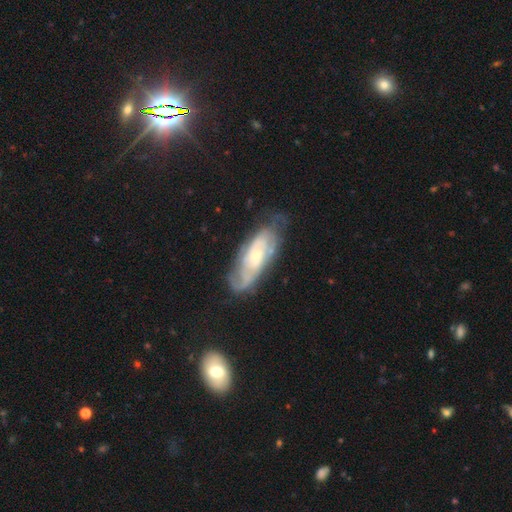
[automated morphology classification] A featured or disk galaxy (77%) with no bar (70%), tight (59%) spiral arms (88%) and a small central bulge (58%).

Vote fractions:
- Smooth or featured? featured or disk: 77% / smooth: 17% / star or artifact: 6%
- Edge-on disk? no: 89% / yes: 11%
- Bar? no: 70% / weak: 25% / strong: 5%
- Spiral arms? yes: 88% / no: 12%
- Spiral winding? tight: 59% / medium: 30% / loose: 10%
- Spiral arm count? can't tell: 50% / 2: 29% / 3: 9% / 1: 5% / 4: 4% / more than 4: 3%
- Bulge size? small: 58% / moderate: 36% / large: 3% / none: 2% / dominant: 1%
- Merging? none: 63% / minor disturbance: 23% / major disturbance: 12% / merger: 3%